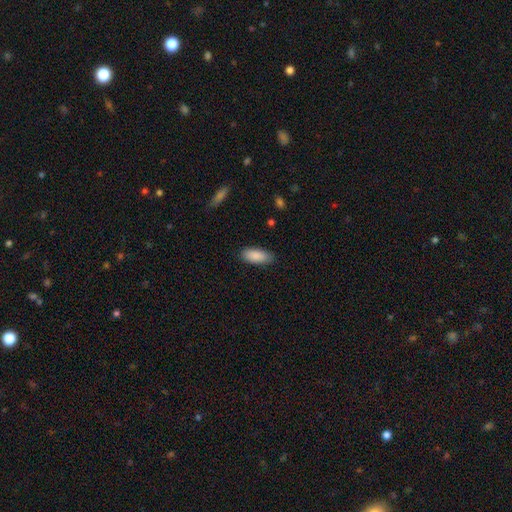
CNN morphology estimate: The model was most divided on "how rounded": in between: 82%, cigar-shaped: 16%, round: 2%. More confident: smooth or featured — smooth (90%); merging — none (85%).